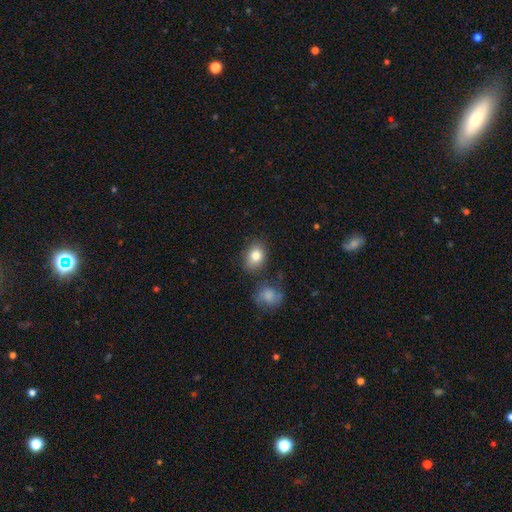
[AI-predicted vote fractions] A smooth galaxy with no disk features (83%) that is in between round and cigar-shaped (66%). Merging: none (78%).